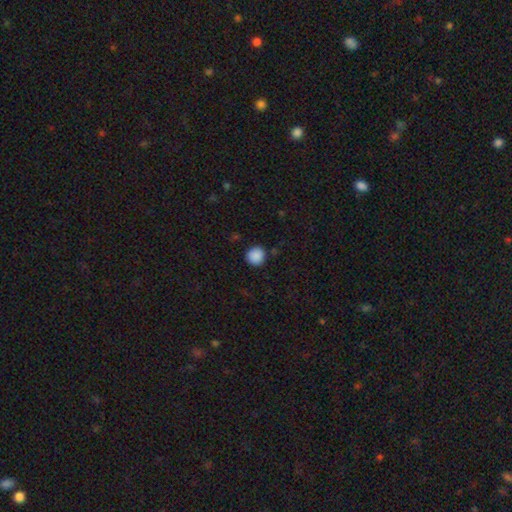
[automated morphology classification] This is clearly a smooth galaxy (89%). How rounded: clearly round (92%). Merging: clearly none (88%).